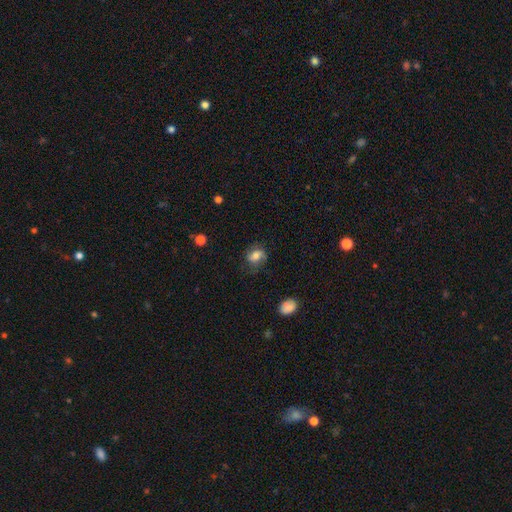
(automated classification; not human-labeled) smooth-or-featured: smooth: 60% | featured or disk: 30% | star or artifact: 10%
  how-rounded: in between: 57% | round: 41% | cigar-shaped: 2%
  merging: none: 60% | minor disturbance: 25% | major disturbance: 13% | merger: 2%